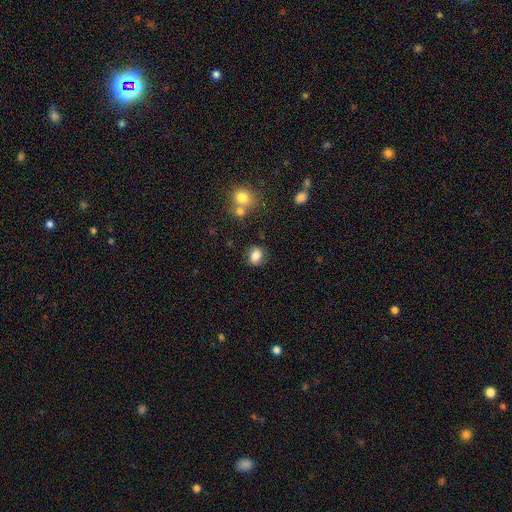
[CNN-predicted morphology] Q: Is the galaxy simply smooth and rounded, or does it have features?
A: smooth — 83%.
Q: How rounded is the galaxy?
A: in between — 58%.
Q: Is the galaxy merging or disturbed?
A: none — 78%.